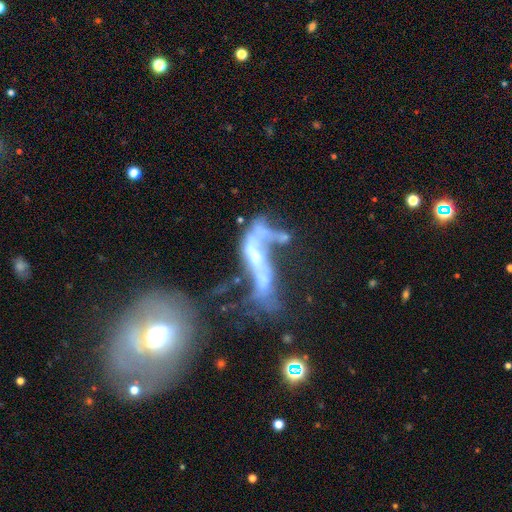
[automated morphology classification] Smooth or featured? Predicted: featured or disk (p=0.72). Edge-on disk? Predicted: no (p=0.84). Bar? Predicted: no (p=0.52). Spiral arms? Predicted: yes (p=0.55). Bulge size? Predicted: moderate (p=0.40). Merging? Predicted: merger (p=0.45).